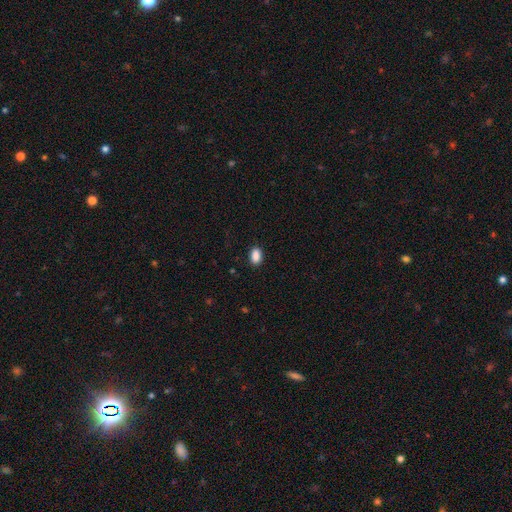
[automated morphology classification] Smooth or featured?
  - smooth: 89% *
  - star or artifact: 8%
  - featured or disk: 3%
How rounded?
  - in between: 88% *
  - round: 10%
  - cigar-shaped: 2%
Merging?
  - none: 88% *
  - minor disturbance: 9%
  - major disturbance: 2%
  - merger: 1%